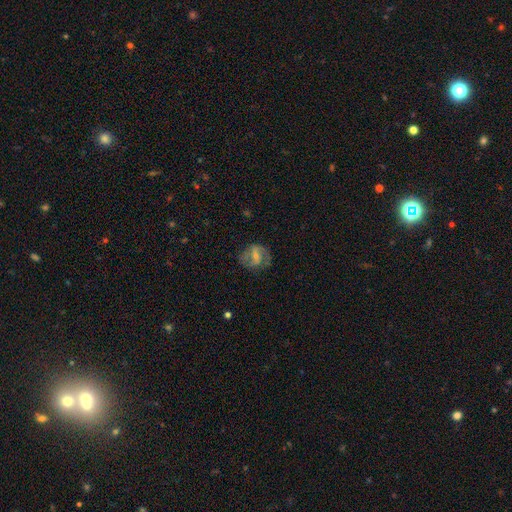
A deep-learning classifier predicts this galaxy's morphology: Smooth or featured? featured or disk (66%)
Edge-on disk? no (97%)
Bar? weak (46%)
Spiral arms? yes (81%)
Spiral winding? medium (48%)
Spiral arm count? 2 (77%)
Bulge size? small (59%)
Merging? none (66%)